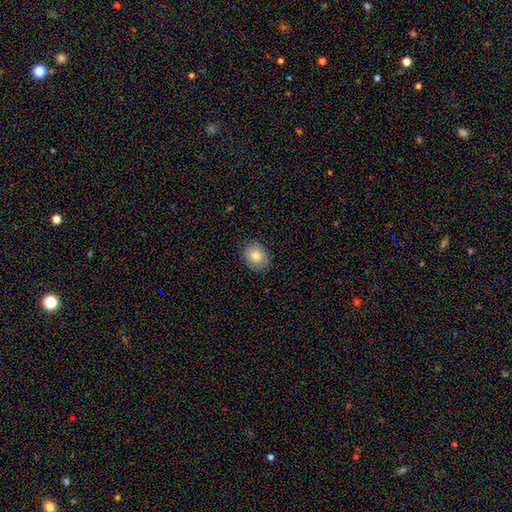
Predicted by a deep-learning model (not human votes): smooth_or_featured: smooth (p=0.82) [alt: featured or disk p=0.09]
how_rounded: in between (p=0.59) [alt: round p=0.40]
merging: none (p=0.86) [alt: minor disturbance p=0.11]